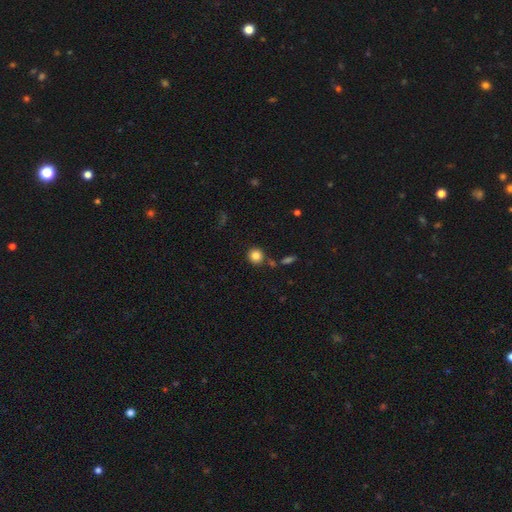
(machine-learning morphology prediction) The model was most divided on "merging": none: 81%, minor disturbance: 9%, merger: 8%, major disturbance: 3%. More confident: how rounded — round (89%); smooth or featured — smooth (84%).